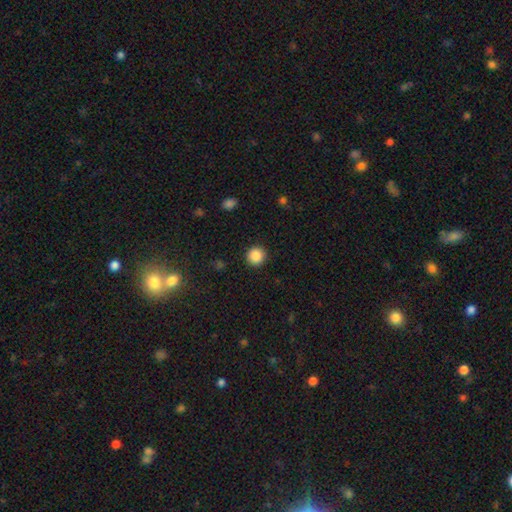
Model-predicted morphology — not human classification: Smooth or featured? Predicted: smooth (p=0.87). How rounded? Predicted: round (p=0.95). Merging? Predicted: none (p=0.92).